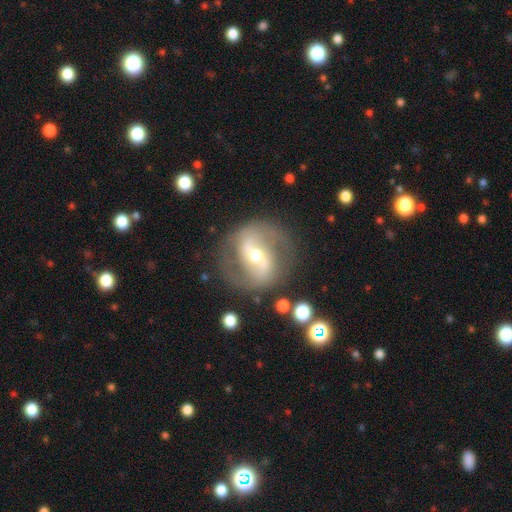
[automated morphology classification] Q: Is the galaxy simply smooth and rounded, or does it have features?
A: featured or disk — 83%.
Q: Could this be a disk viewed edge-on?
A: no — 96%.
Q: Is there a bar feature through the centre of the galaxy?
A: strong — 42%.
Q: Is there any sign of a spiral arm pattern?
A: yes — 88%.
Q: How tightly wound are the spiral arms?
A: medium — 51%.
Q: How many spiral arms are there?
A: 2 — 90%.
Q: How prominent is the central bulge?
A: moderate — 61%.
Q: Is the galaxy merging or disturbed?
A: none — 79%.